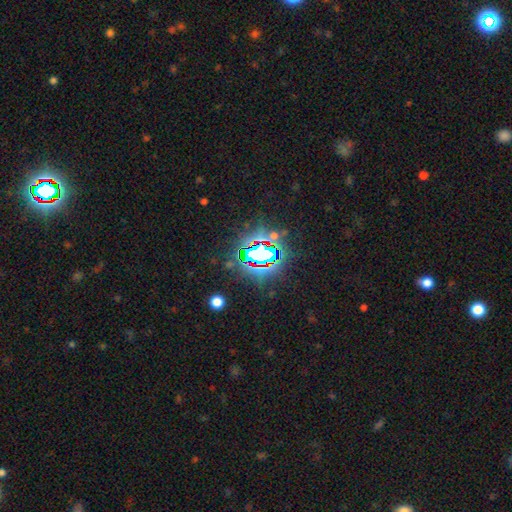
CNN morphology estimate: This is likely a star or artifact rather than a galaxy (80%).